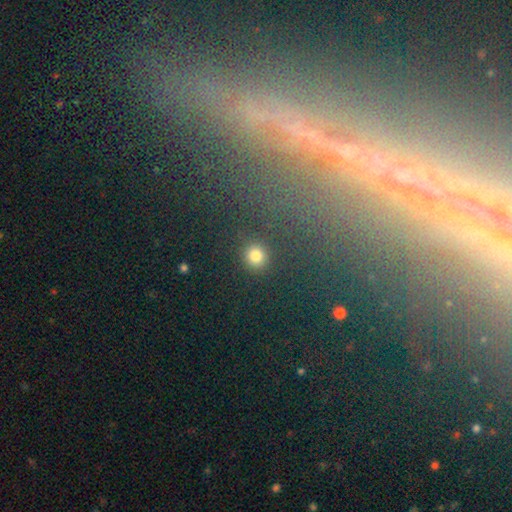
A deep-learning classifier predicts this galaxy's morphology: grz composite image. It shows a smooth galaxy with no disk features (78%) that is round (92%). Merging: none (89%).